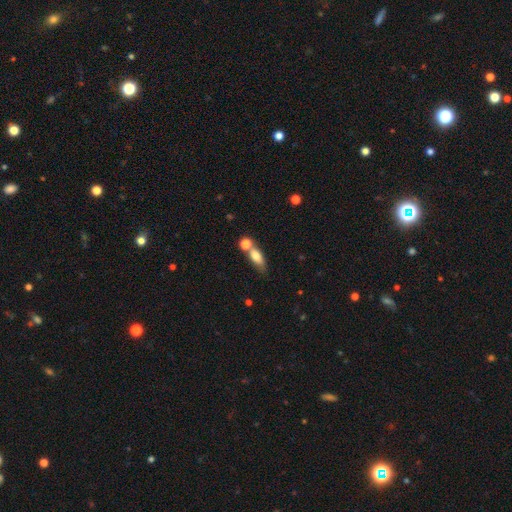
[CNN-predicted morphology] A smooth galaxy with no disk features (73%) that is in between round and cigar-shaped (66%). Merging: none (45%).